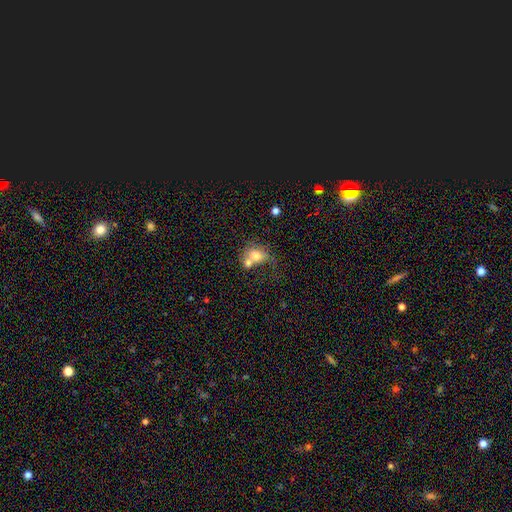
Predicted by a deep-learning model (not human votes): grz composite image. It shows a smooth galaxy with no disk features (69%) that is in between round and cigar-shaped (54%). Merging: merger (57%).